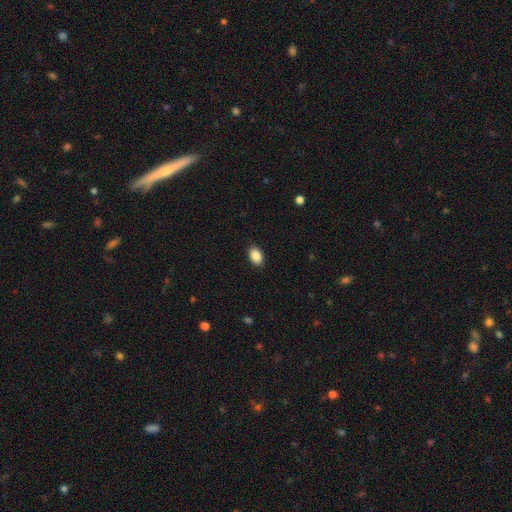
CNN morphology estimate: smooth 89%, star or artifact 8%, featured or disk 4%. Down the decision tree: how rounded — in between (87%); merging — none (89%).